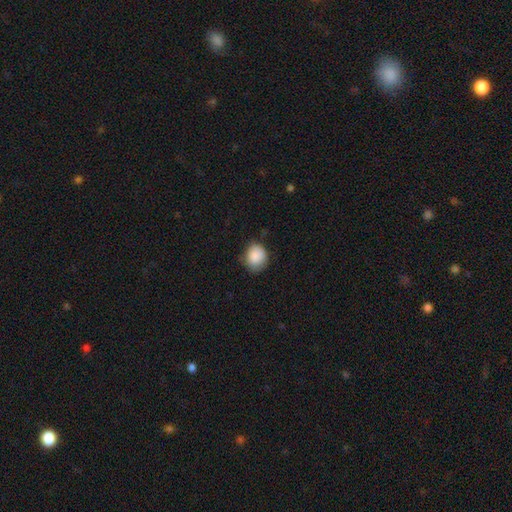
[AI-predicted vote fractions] Smooth or featured?
  - smooth: 88% *
  - star or artifact: 8%
  - featured or disk: 5%
How rounded?
  - round: 70% *
  - in between: 29%
  - cigar-shaped: 1%
Merging?
  - none: 68% *
  - minor disturbance: 25%
  - major disturbance: 5%
  - merger: 1%